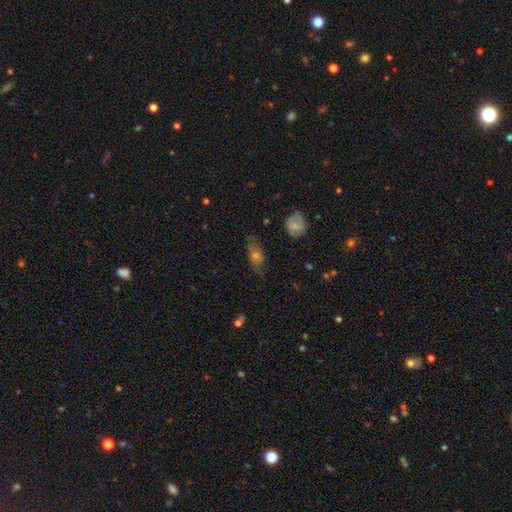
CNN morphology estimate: Smooth or featured: smooth — 43% (featured or disk — 40%)
Merging: none — 69% (minor disturbance — 21%)